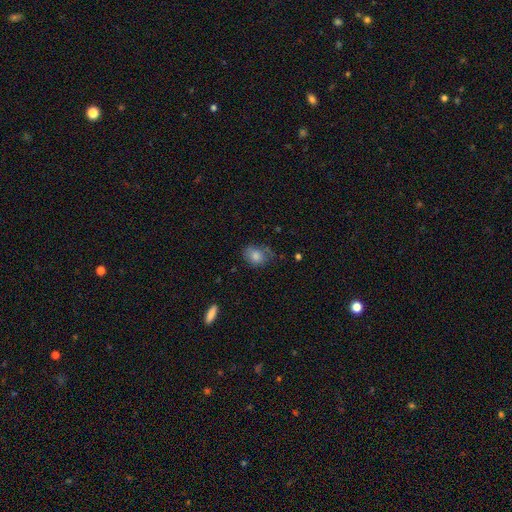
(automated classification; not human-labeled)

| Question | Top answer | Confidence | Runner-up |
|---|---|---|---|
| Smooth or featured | smooth | 78% | featured or disk (12%) |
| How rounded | in between | 59% | round (40%) |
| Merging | none | 59% | minor disturbance (29%) |